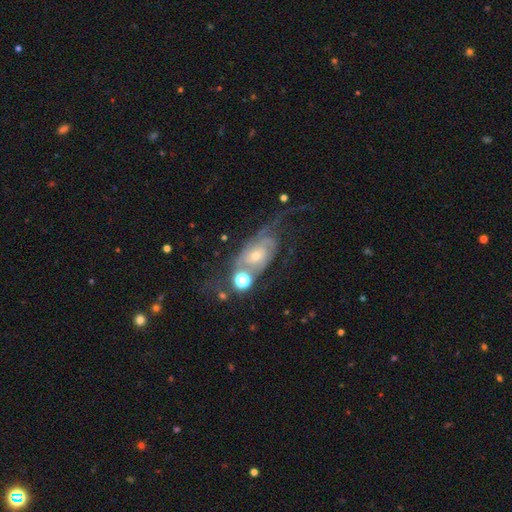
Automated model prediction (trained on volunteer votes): Q: Smooth or featured?
A: featured or disk (80%); runner-up: smooth (11%)
Q: Edge-on disk?
A: no (94%); runner-up: yes (6%)
Q: Bar?
A: no (68%); runner-up: weak (25%)
Q: Spiral arms?
A: yes (92%); runner-up: no (8%)
Q: Spiral winding?
A: tight (44%); runner-up: medium (37%)
Q: Spiral arm count?
A: 2 (46%); runner-up: can't tell (27%)
Q: Bulge size?
A: small (59%); runner-up: moderate (36%)
Q: Merging?
A: none (43%); runner-up: major disturbance (25%)